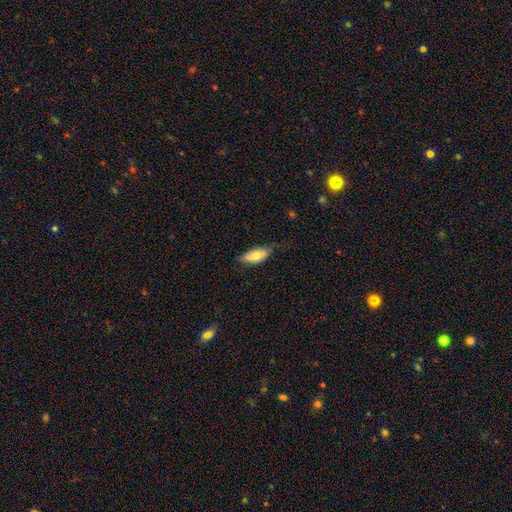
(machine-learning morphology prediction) Smooth or featured?
  - smooth: 69% *
  - featured or disk: 24%
  - star or artifact: 6%
How rounded?
  - in between: 91% *
  - cigar-shaped: 6%
  - round: 3%
Merging?
  - none: 60% *
  - minor disturbance: 31%
  - major disturbance: 7%
  - merger: 1%